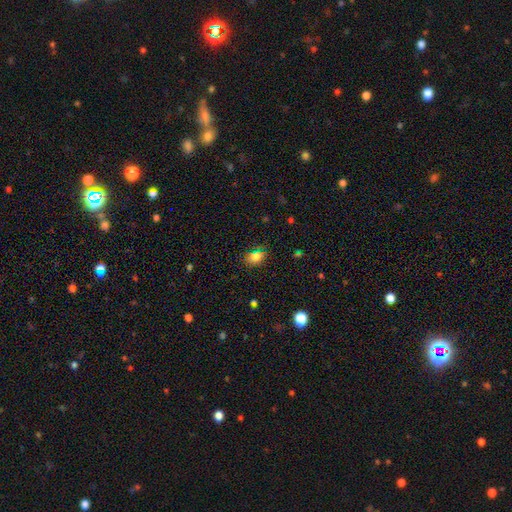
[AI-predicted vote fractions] A smooth galaxy with no disk features (76%) that is in between round and cigar-shaped (67%). Merging: none (79%).